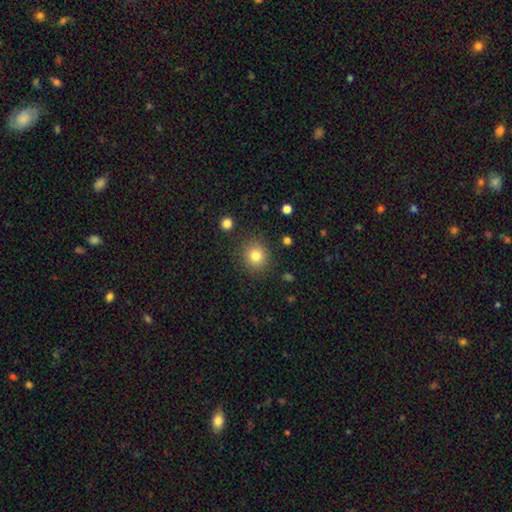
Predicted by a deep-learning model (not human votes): smooth_or_featured: smooth (p=0.81) [alt: star or artifact p=0.12]
how_rounded: round (p=0.88) [alt: in between p=0.11]
merging: none (p=0.87) [alt: minor disturbance p=0.08]